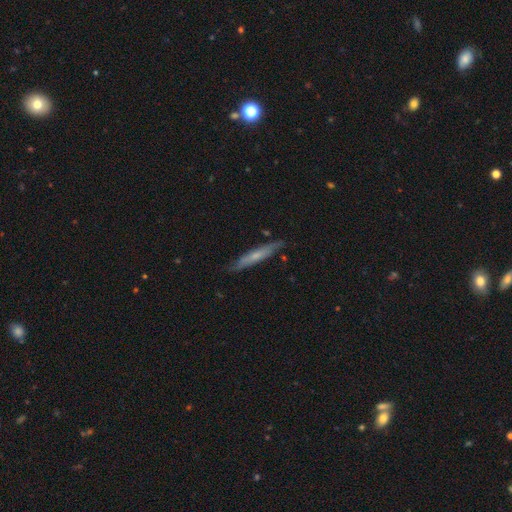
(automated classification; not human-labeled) Overall: smooth (48%; featured or disk 47%). Merging: none (82%).